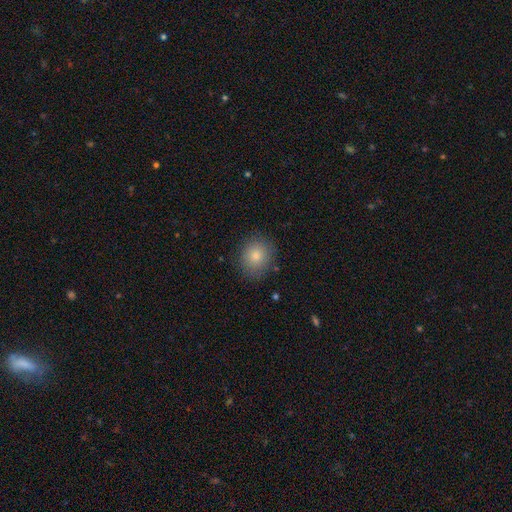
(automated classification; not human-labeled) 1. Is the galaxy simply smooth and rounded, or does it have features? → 81% smooth, 10% star or artifact, 9% featured or disk.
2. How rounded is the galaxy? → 75% round, 24% in between, 1% cigar-shaped.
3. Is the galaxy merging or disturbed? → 85% none, 10% minor disturbance, 3% major disturbance, 1% merger.